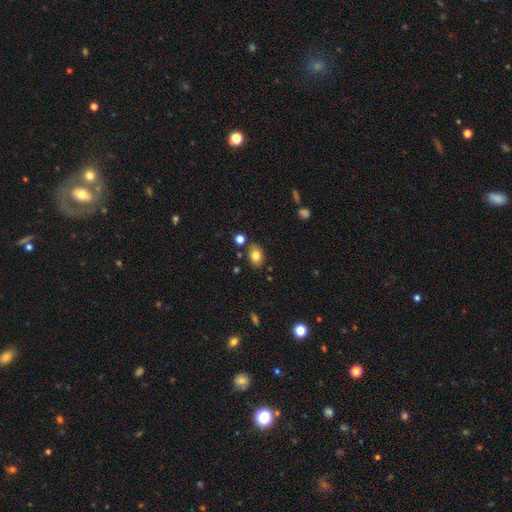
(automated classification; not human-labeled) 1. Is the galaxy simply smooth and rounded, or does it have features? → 80% smooth, 10% star or artifact, 10% featured or disk.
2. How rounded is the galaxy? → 69% in between, 30% round, 1% cigar-shaped.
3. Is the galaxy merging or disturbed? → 81% none, 11% minor disturbance, 5% merger, 3% major disturbance.